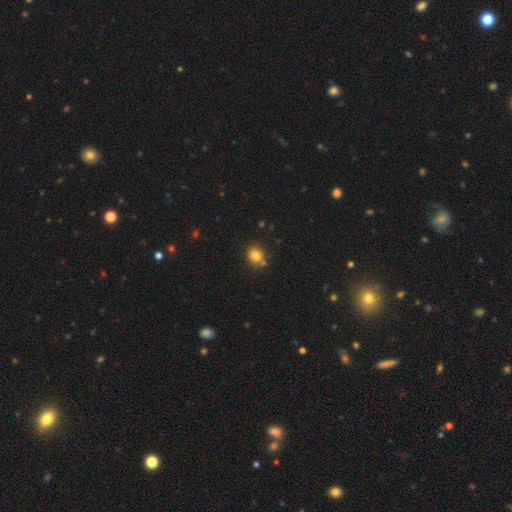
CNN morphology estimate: A smooth galaxy with no disk features (82%) that is round (84%).

Vote fractions:
- Smooth or featured? smooth: 82% / star or artifact: 12% / featured or disk: 6%
- How rounded? round: 84% / in between: 15% / cigar-shaped: 1%
- Merging? none: 78% / minor disturbance: 10% / merger: 10% / major disturbance: 3%